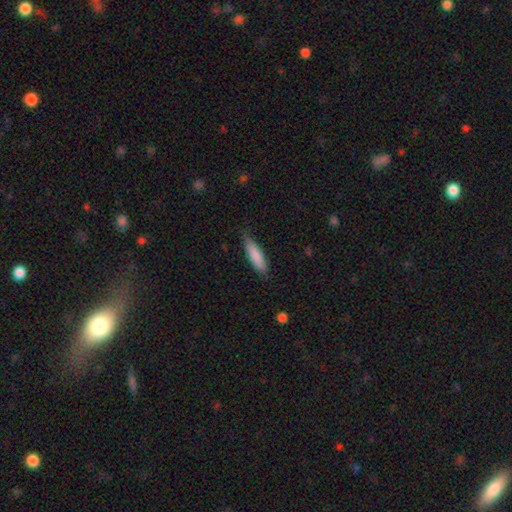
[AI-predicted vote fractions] smooth_or_featured: smooth (p=0.84) [alt: featured or disk p=0.10]
how_rounded: cigar-shaped (p=0.66) [alt: in between p=0.33]
merging: none (p=0.79) [alt: minor disturbance p=0.17]